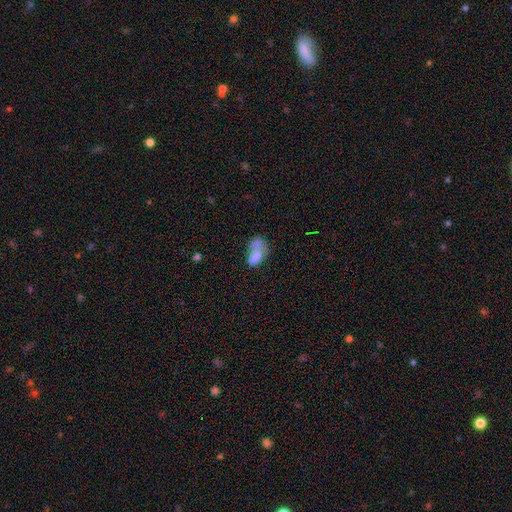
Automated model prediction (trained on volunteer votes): Smooth or featured?
  - smooth: 67% *
  - featured or disk: 22%
  - star or artifact: 11%
How rounded?
  - in between: 86% *
  - round: 10%
  - cigar-shaped: 4%
Merging?
  - merger: 48% *
  - none: 20%
  - major disturbance: 17%
  - minor disturbance: 14%